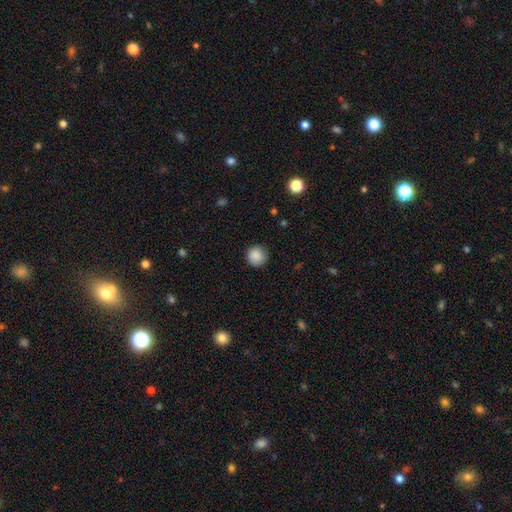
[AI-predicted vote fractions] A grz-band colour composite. It shows a smooth galaxy with no disk features (88%) that is round (95%). Merging: none (89%).